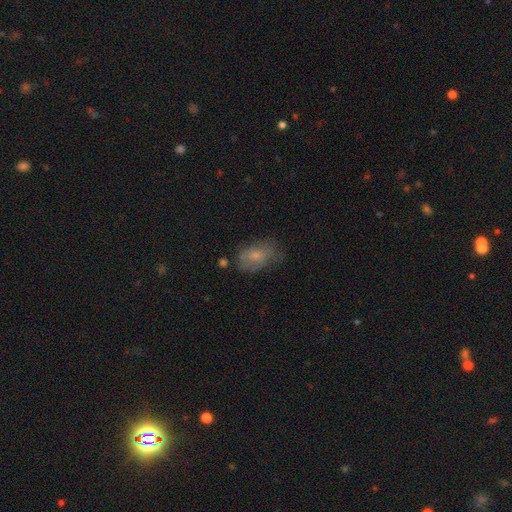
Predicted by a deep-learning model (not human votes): smooth 66%, featured or disk 24%, star or artifact 10%. Down the decision tree: how rounded — in between (86%); merging — none (50%).